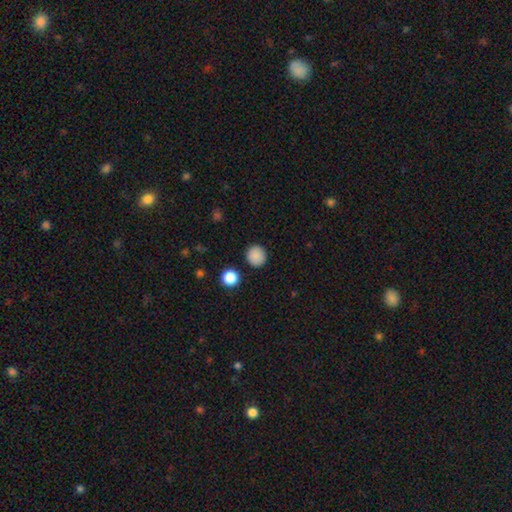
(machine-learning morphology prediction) type=smooth (87%); roundness=round (91%); merging=none (90%).